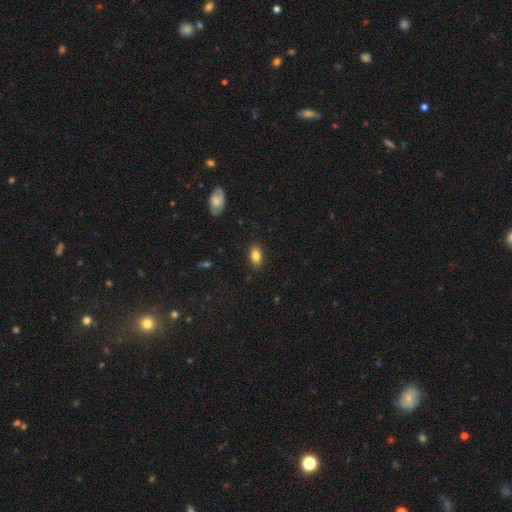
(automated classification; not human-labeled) This appears to be a smooth galaxy with no disk features (84%) that is in between round and cigar-shaped (91%). Merging: none (86%).